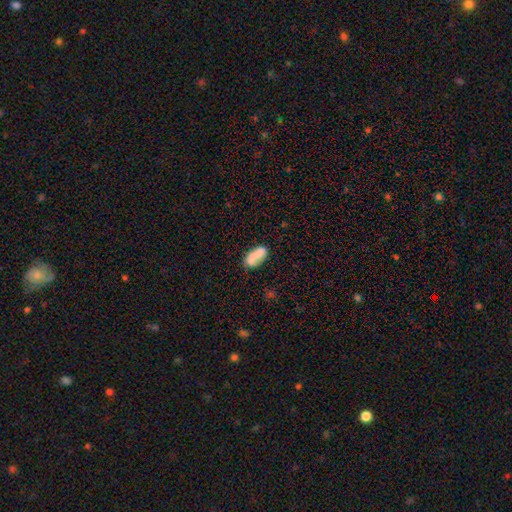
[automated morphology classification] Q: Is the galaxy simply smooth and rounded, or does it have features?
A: smooth — 71%.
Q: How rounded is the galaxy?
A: in between — 87%.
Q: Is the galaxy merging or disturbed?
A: none — 63%.